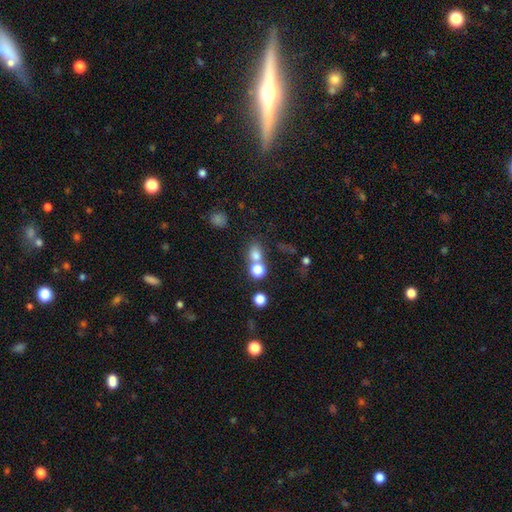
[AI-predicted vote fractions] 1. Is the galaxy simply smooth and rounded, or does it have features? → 74% smooth, 18% star or artifact, 9% featured or disk.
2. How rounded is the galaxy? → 61% round, 38% in between, 2% cigar-shaped.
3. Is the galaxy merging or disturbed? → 52% none, 35% merger, 9% minor disturbance, 5% major disturbance.